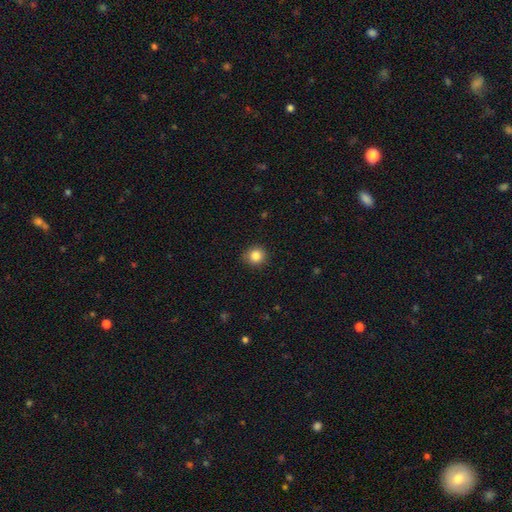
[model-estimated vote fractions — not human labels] A smooth galaxy with no disk features (84%) that is round (91%).

Vote fractions:
- Smooth or featured? smooth: 84% / star or artifact: 11% / featured or disk: 5%
- How rounded? round: 91% / in between: 8% / cigar-shaped: 1%
- Merging? none: 88% / minor disturbance: 9% / major disturbance: 2% / merger: 1%